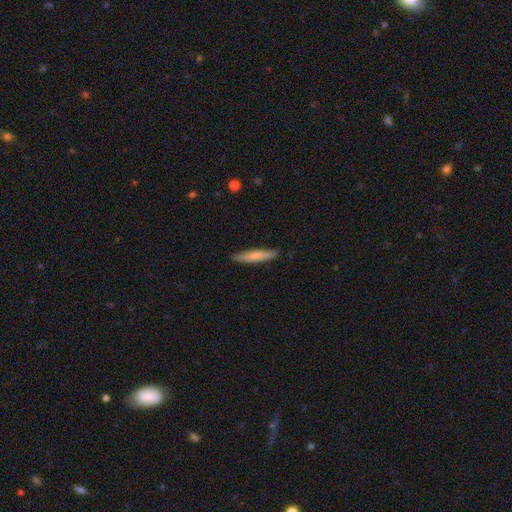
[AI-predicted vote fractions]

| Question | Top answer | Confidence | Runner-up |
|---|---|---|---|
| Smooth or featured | smooth | 66% | featured or disk (28%) |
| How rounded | cigar-shaped | 89% | in between (10%) |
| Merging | none | 87% | minor disturbance (10%) |